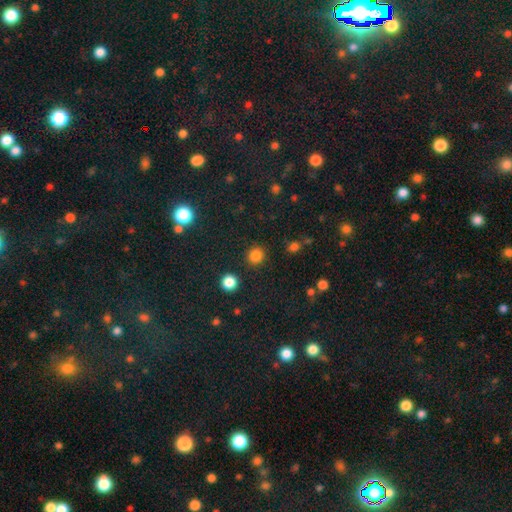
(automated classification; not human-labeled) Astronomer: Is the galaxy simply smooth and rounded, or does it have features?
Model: smooth — 83%.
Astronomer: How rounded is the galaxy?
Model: round — 93%.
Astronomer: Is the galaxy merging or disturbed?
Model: none — 91%.